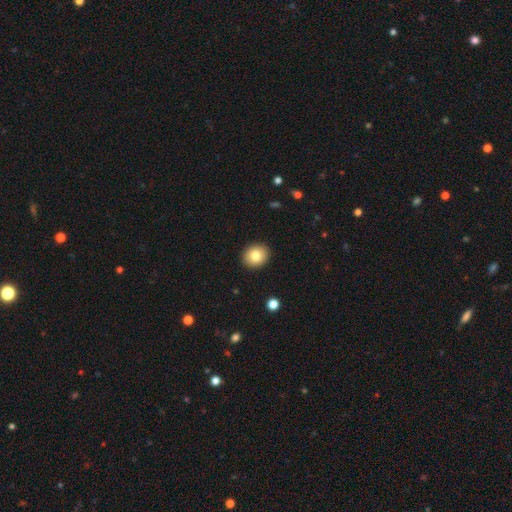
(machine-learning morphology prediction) type=smooth (81%); roundness=round (76%); merging=none (91%).